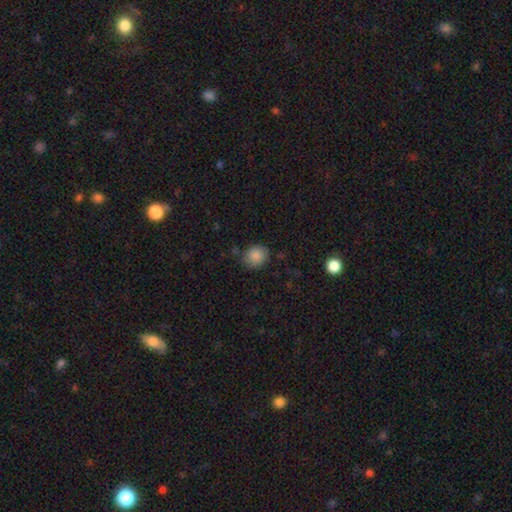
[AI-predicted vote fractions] smooth_or_featured: smooth (p=0.87) [alt: star or artifact p=0.09]
how_rounded: round (p=0.81) [alt: in between p=0.18]
merging: none (p=0.79) [alt: minor disturbance p=0.15]